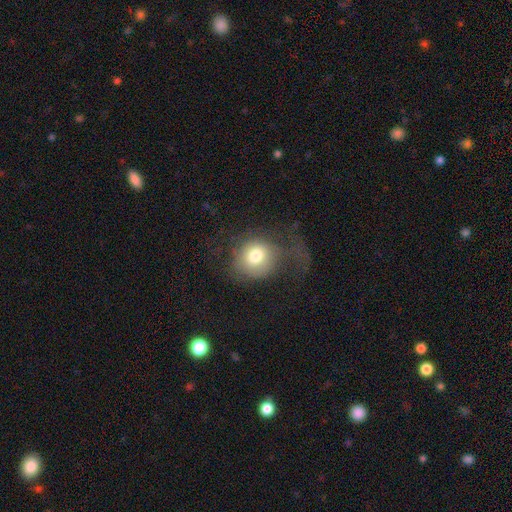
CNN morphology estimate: smooth_or_featured: smooth (p=0.71) [alt: featured or disk p=0.19]
how_rounded: round (p=0.78) [alt: in between p=0.21]
merging: none (p=0.39) [tied with: major disturbance p=0.39]